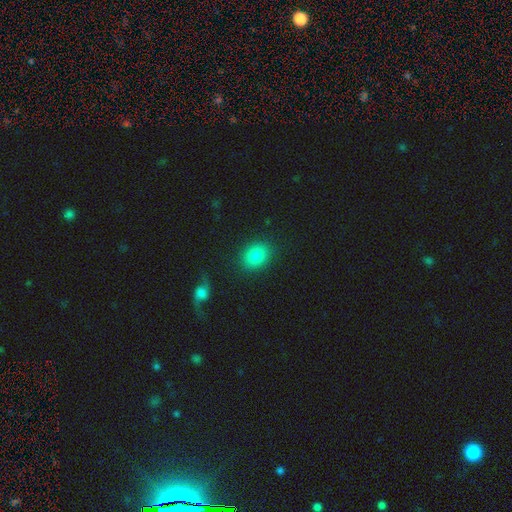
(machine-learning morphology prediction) Q: Smooth or featured?
A: smooth (84%); runner-up: star or artifact (10%)
Q: How rounded?
A: in between (52%); runner-up: round (46%)
Q: Merging?
A: none (86%); runner-up: minor disturbance (9%)